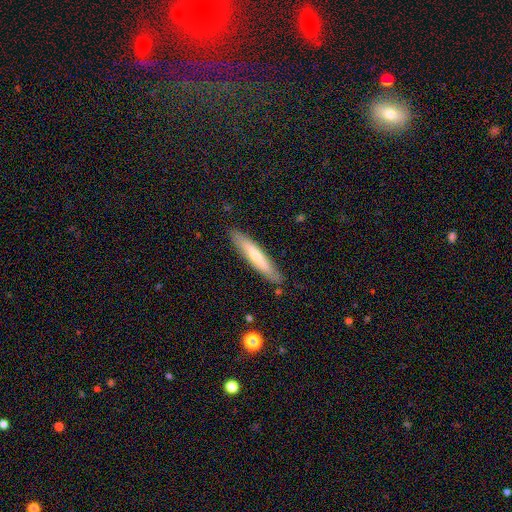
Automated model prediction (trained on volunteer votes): smooth 62%, featured or disk 32%, star or artifact 6%. Down the decision tree: how rounded — cigar-shaped (90%); merging — none (87%).